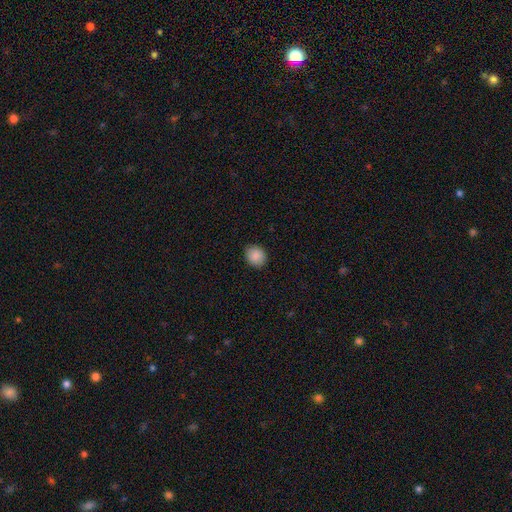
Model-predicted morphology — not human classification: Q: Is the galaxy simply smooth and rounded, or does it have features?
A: smooth — 88%.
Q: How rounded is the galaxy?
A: round — 68%.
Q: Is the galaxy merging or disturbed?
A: none — 89%.